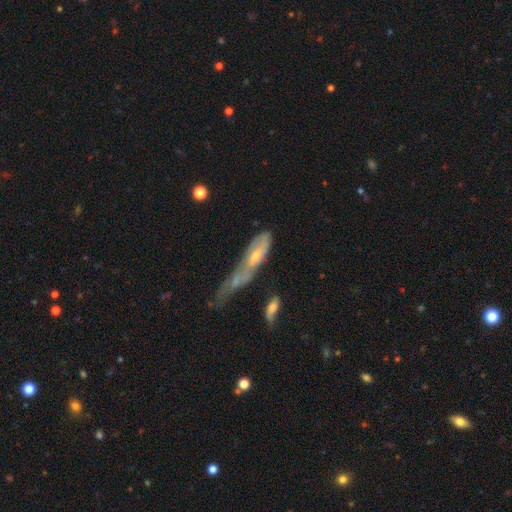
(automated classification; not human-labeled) A featured or disk galaxy (55%). Merging: merger (39%).